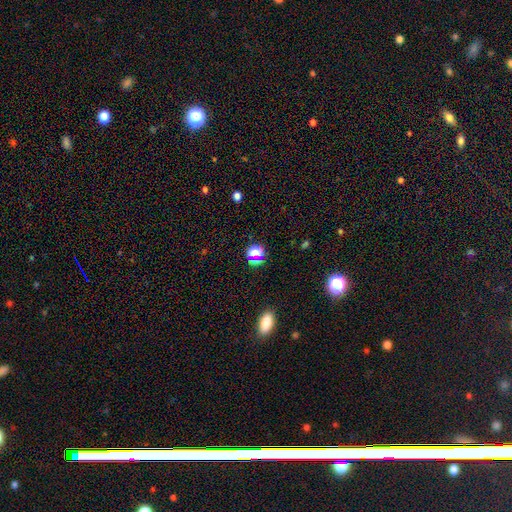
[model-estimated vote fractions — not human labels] smooth-or-featured: star or artifact: 48% | smooth: 44% | featured or disk: 8%